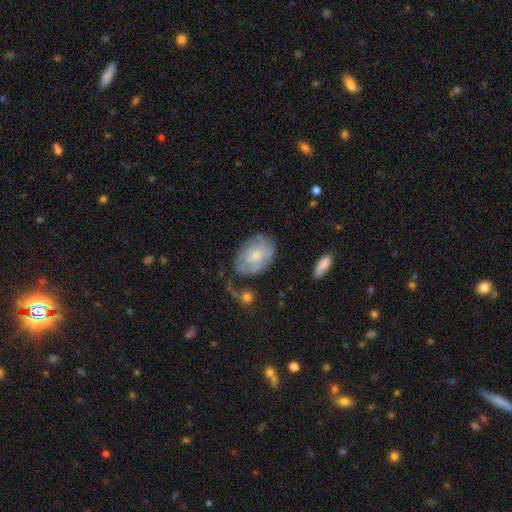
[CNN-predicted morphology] Overall: featured or disk (50%; smooth 43%). Merging: none (53%; minor disturbance 27%).